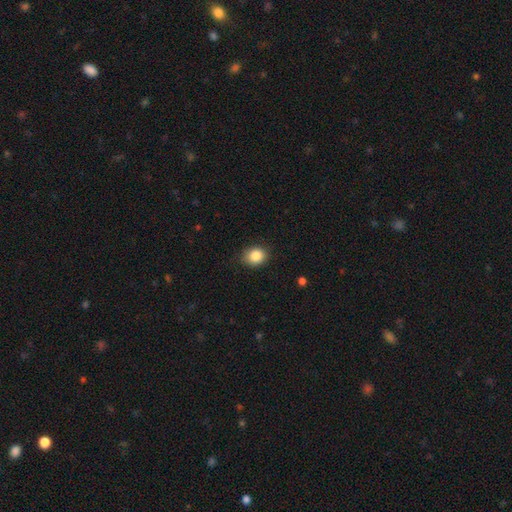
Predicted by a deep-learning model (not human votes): A smooth galaxy with no disk features (86%) that is round (61%). Merging: none (82%).